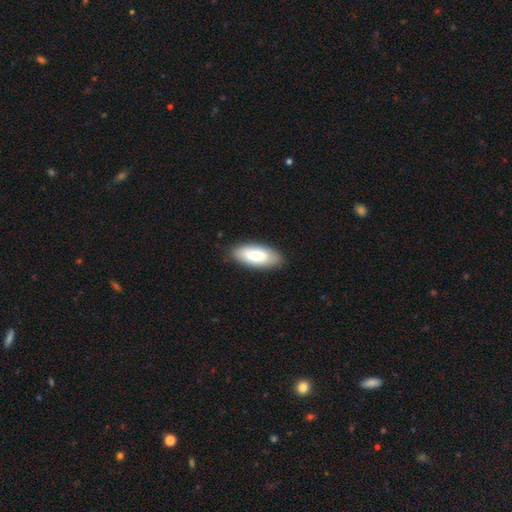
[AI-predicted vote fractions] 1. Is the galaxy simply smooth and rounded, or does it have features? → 74% smooth, 20% featured or disk, 6% star or artifact.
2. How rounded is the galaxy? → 86% in between, 13% cigar-shaped, 2% round.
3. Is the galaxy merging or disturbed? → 86% none, 10% minor disturbance, 2% major disturbance, 1% merger.